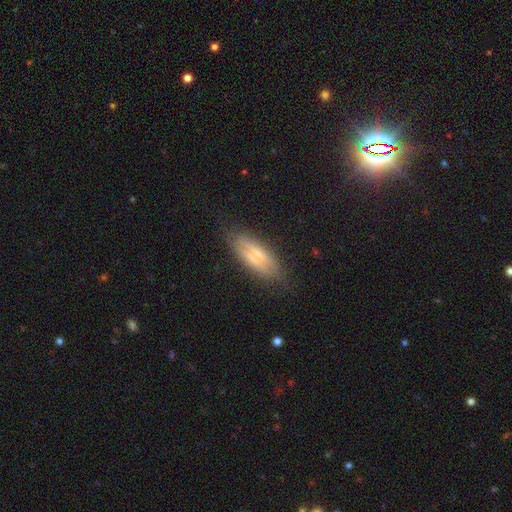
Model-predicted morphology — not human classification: Smooth or featured: featured or disk — 47% (smooth — 43%)
Merging: none — 78% (minor disturbance — 16%)